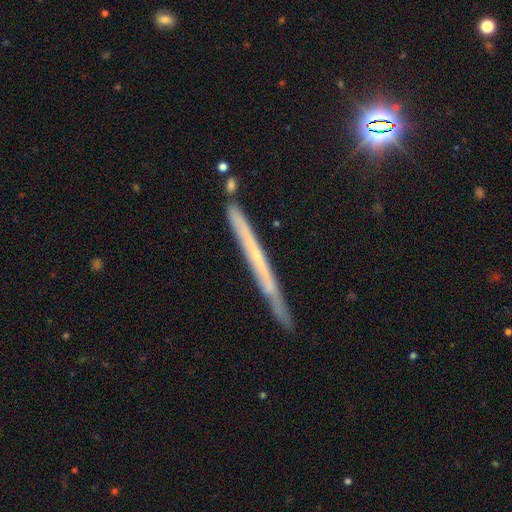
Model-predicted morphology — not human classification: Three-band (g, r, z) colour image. It shows a featured or disk galaxy (59%) viewed edge-on (94%) with no central bulge (87%). Merging: none (82%).